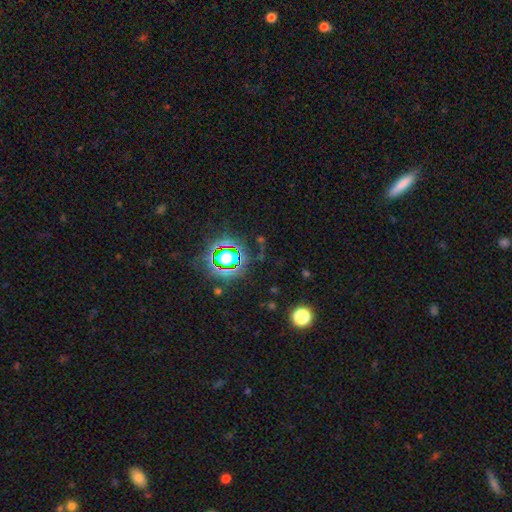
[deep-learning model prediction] The model was most divided on "smooth or featured": star or artifact: 77%, smooth: 13%, featured or disk: 9%.